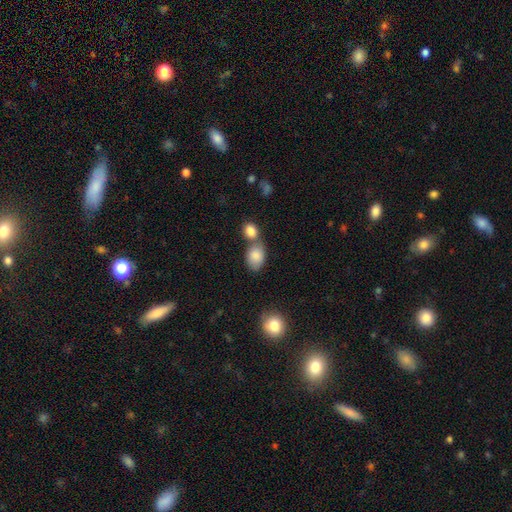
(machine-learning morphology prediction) Smooth or featured?
  - smooth: 85% *
  - featured or disk: 8%
  - star or artifact: 7%
How rounded?
  - in between: 82% *
  - round: 17%
  - cigar-shaped: 1%
Merging?
  - none: 43% *
  - merger: 40%
  - minor disturbance: 12%
  - major disturbance: 4%